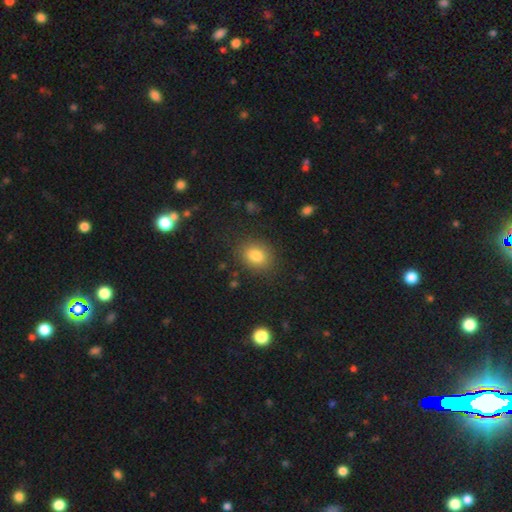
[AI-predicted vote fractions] Smooth or featured? Predicted: smooth (p=0.82). How rounded? Predicted: in between (p=0.56). Merging? Predicted: none (p=0.85).